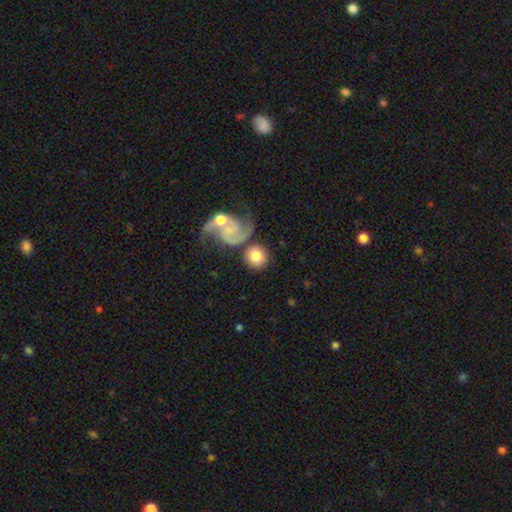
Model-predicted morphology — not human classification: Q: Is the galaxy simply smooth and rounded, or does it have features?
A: smooth — 72%.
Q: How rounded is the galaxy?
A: round — 87%.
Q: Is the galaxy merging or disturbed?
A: none — 55%.